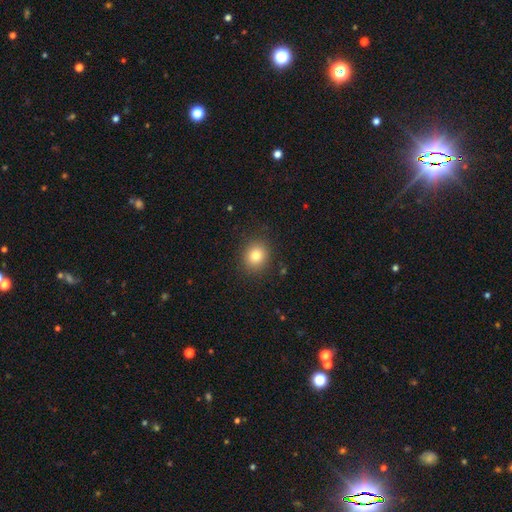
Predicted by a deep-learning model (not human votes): smooth 81%, star or artifact 12%, featured or disk 8%. Down the decision tree: how rounded — round (76%); merging — none (89%).